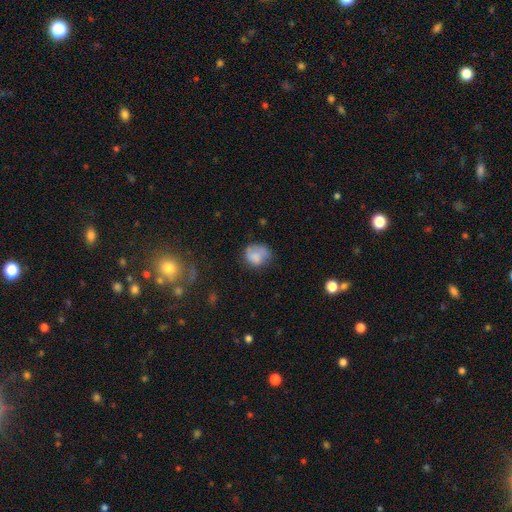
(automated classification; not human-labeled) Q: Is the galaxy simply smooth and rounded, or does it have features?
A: smooth — 72%.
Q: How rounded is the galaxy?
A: round — 64%.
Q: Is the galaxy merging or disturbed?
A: none — 50%.